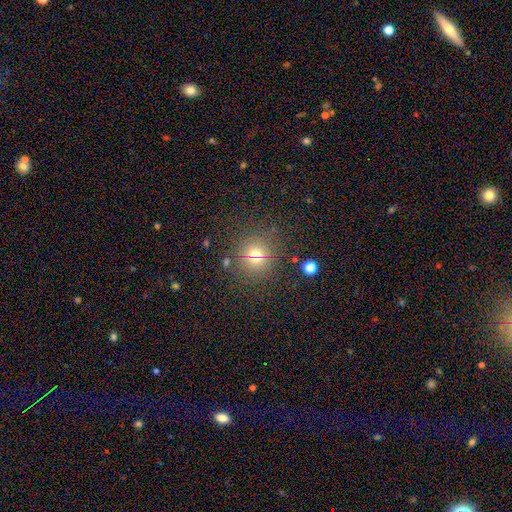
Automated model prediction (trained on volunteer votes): This appears to be a smooth galaxy with no disk features (68%) that is round (90%). Merging: none (80%).